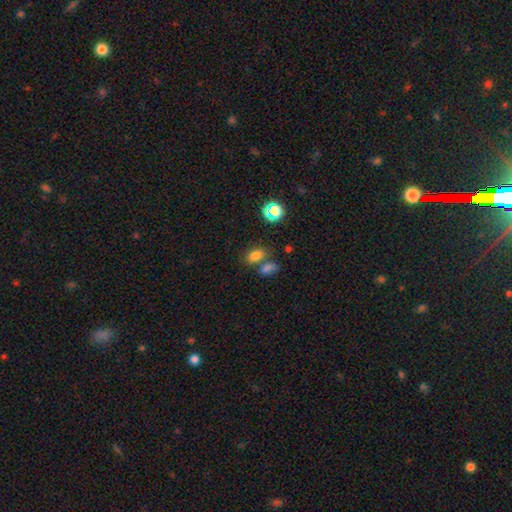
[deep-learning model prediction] Smooth or featured: smooth — 76% (star or artifact — 16%)
How rounded: in between — 82% (round — 15%)
Merging: none — 55% (merger — 29%)